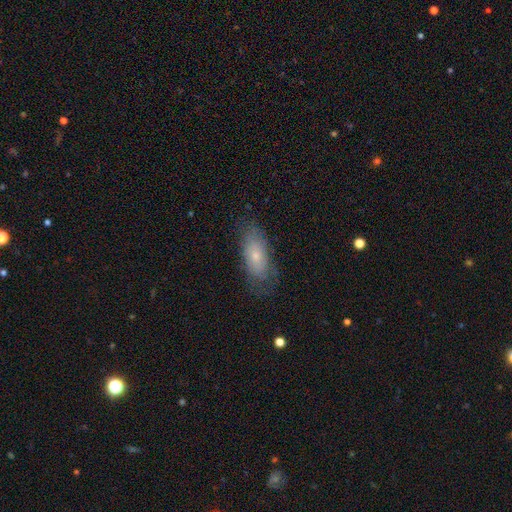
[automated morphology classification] This is likely a smooth galaxy (63%). How rounded: likely in between (80%). Merging: likely none (69%).